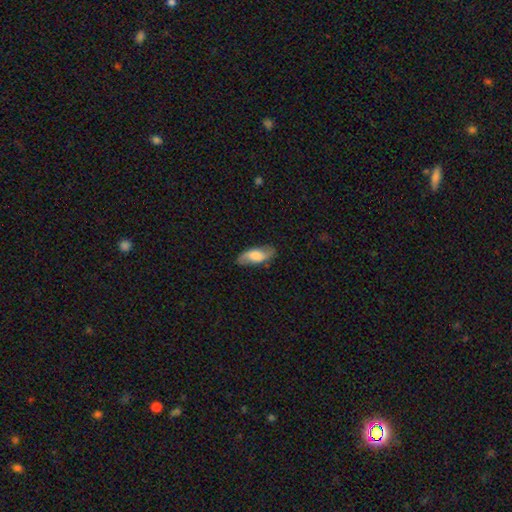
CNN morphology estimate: Q: Smooth or featured?
A: smooth (54%); runner-up: featured or disk (39%)
Q: How rounded?
A: in between (78%); runner-up: cigar-shaped (19%)
Q: Merging?
A: none (79%); runner-up: minor disturbance (16%)